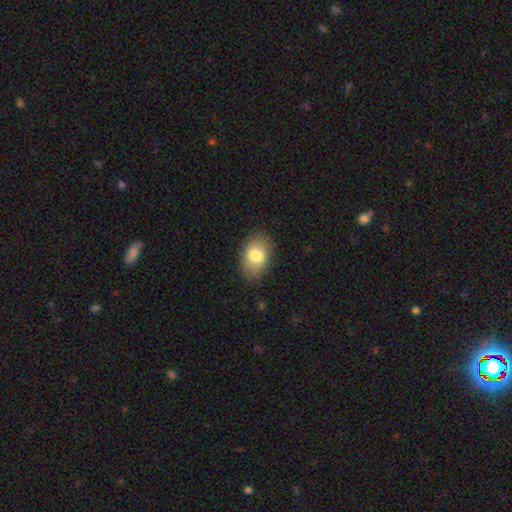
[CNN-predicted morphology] smooth-or-featured: smooth: 78% | featured or disk: 14% | star or artifact: 8%
  how-rounded: in between: 84% | round: 14% | cigar-shaped: 1%
  merging: none: 83% | minor disturbance: 13% | major disturbance: 3% | merger: 1%